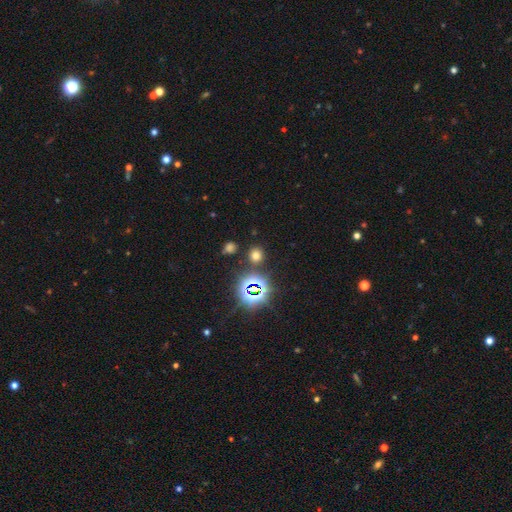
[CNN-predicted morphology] Overall: smooth (61%; star or artifact 32%). How rounded: round (81%). Merging: none (84%).